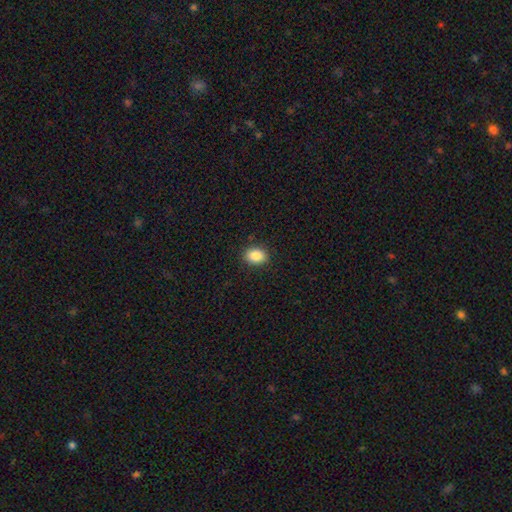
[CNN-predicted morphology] Smooth or featured: smooth — 87% (star or artifact — 9%)
How rounded: in between — 68% (round — 31%)
Merging: none — 89% (minor disturbance — 8%)